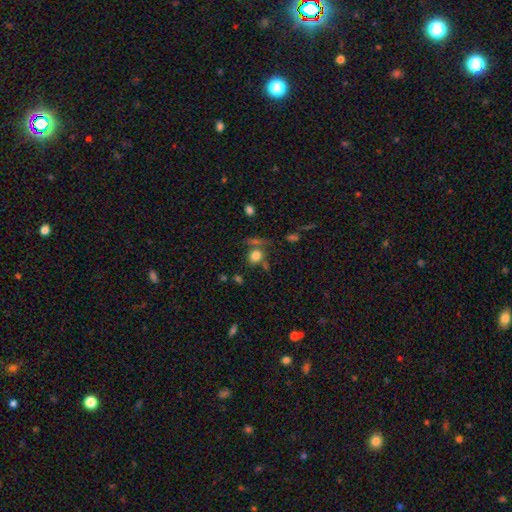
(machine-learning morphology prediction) smooth_or_featured: smooth (p=0.78) [alt: star or artifact p=0.14]
how_rounded: round (p=0.71) [alt: in between p=0.27]
merging: none (p=0.61) [alt: merger p=0.17]